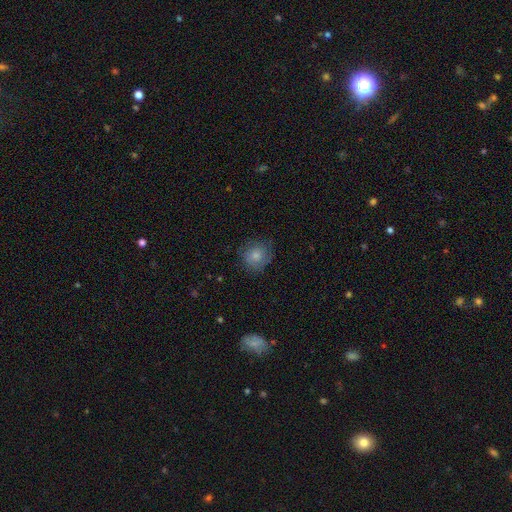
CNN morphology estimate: type=smooth (74%); roundness=round (85%); merging=none (72%).